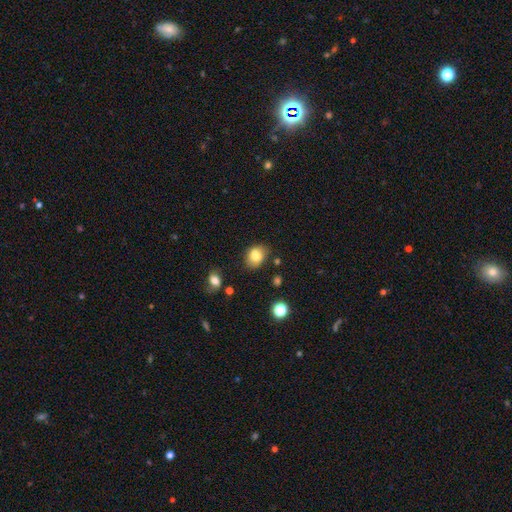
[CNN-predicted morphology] The model was most divided on "how rounded": in between: 52%, round: 47%, cigar-shaped: 1%. More confident: smooth or featured — smooth (77%); merging — none (65%).